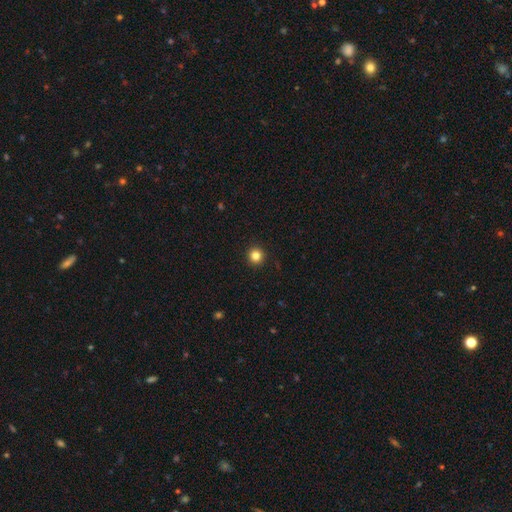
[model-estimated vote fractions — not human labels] smooth-or-featured: smooth: 83% | star or artifact: 12% | featured or disk: 5%
  how-rounded: round: 95% | in between: 4% | cigar-shaped: 1%
  merging: none: 93% | minor disturbance: 4% | major disturbance: 2% | merger: 1%